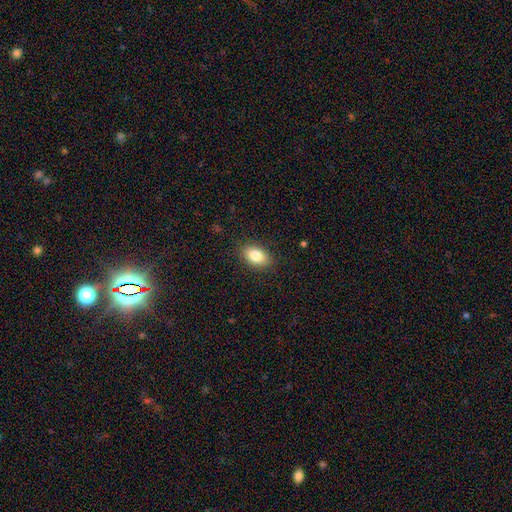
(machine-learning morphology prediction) A smooth galaxy with no disk features (83%) that is in between round and cigar-shaped (89%).

Vote fractions:
- Smooth or featured? smooth: 83% / featured or disk: 9% / star or artifact: 8%
- How rounded? in between: 89% / round: 9% / cigar-shaped: 2%
- Merging? none: 87% / minor disturbance: 9% / major disturbance: 2% / merger: 1%